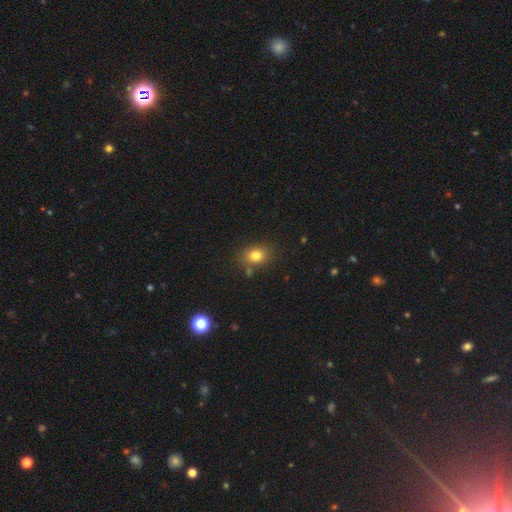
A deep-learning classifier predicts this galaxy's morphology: smooth 80%, star or artifact 12%, featured or disk 8%. Down the decision tree: how rounded — in between (54%); merging — none (77%).